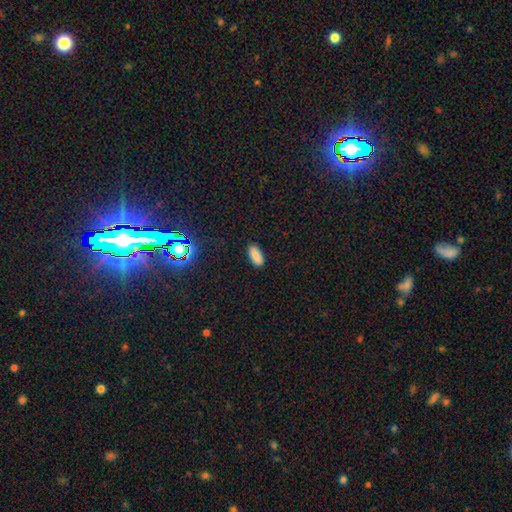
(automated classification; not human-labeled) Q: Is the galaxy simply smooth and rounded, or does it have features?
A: smooth — 85%.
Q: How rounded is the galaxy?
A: in between — 89%.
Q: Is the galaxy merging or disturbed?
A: none — 88%.